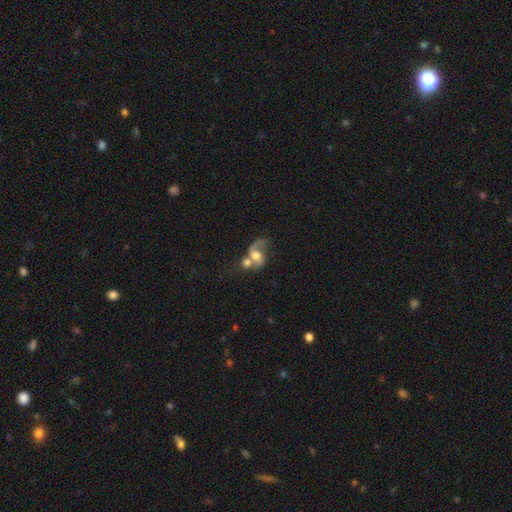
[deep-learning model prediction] This is likely a featured or disk galaxy (61%). It is clearly not viewed edge-on (97%). Bar: likely no (65%). Spiral arm pattern: likely yes (80%). Central bulge: possibly moderate (51%). Merging: likely merger (65%).